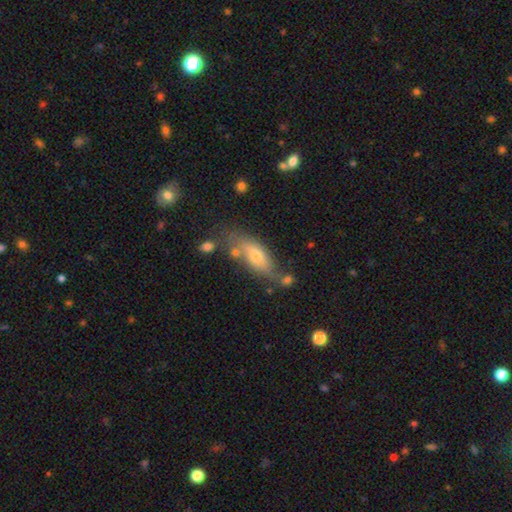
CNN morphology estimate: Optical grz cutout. It shows a smooth galaxy with no disk features (61%) that is in between round and cigar-shaped (73%). Merging: none (55%).